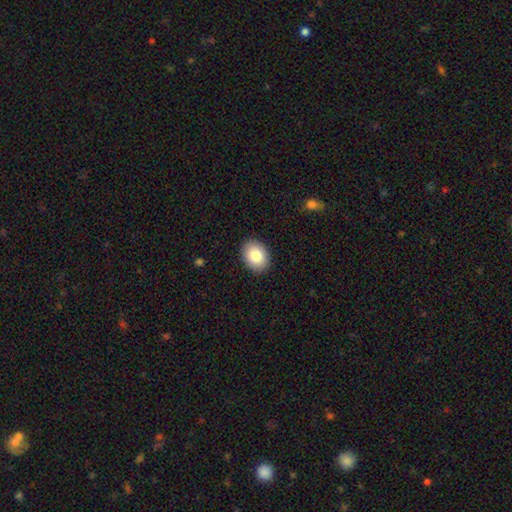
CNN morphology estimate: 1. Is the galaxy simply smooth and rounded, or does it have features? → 84% smooth, 8% featured or disk, 8% star or artifact.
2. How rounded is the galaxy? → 63% in between, 36% round, 1% cigar-shaped.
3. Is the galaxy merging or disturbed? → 90% none, 7% minor disturbance, 2% major disturbance, 1% merger.